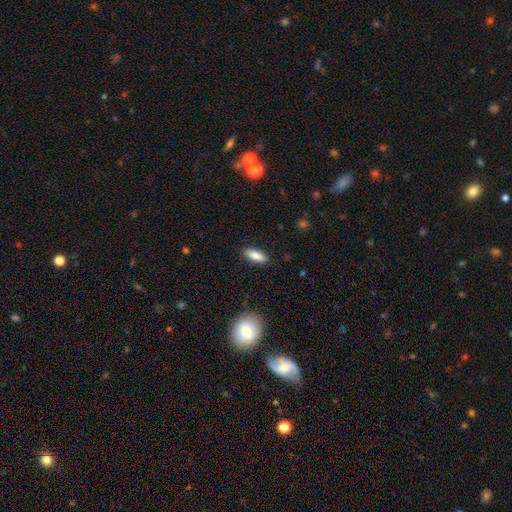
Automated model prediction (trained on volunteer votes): Smooth or featured? smooth (86%)
How rounded? in between (77%)
Merging? none (88%)